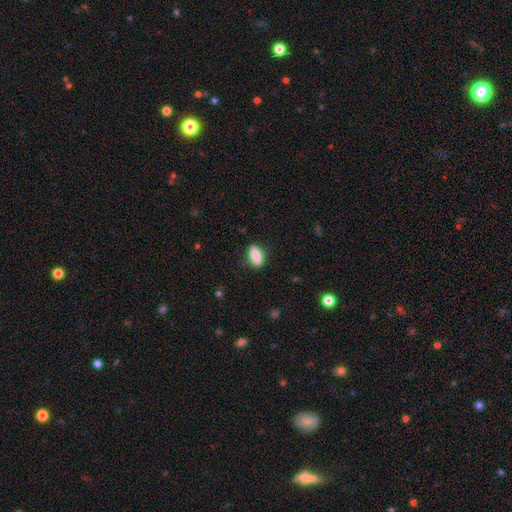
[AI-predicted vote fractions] This is clearly a smooth galaxy (85%). How rounded: likely in between (79%). Merging: clearly none (83%).